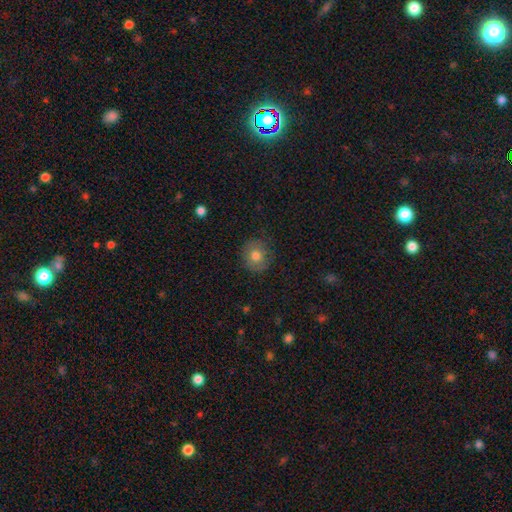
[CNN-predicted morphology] smooth 77%, featured or disk 13%, star or artifact 10%. Down the decision tree: how rounded — round (88%); merging — none (85%).